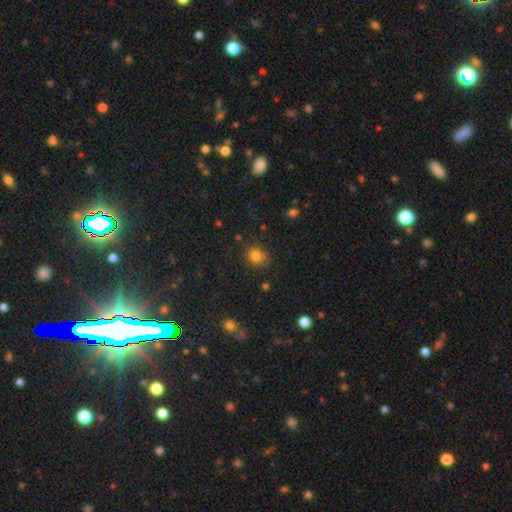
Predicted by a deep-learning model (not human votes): Morphology: type=smooth (78%); roundness=round (72%); merging=none (67%).